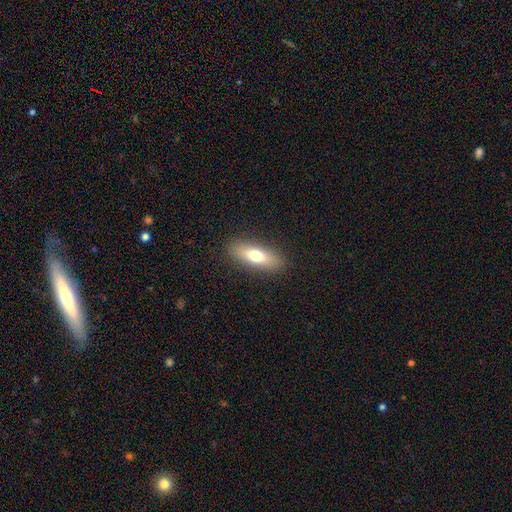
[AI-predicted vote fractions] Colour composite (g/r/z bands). It shows a smooth galaxy with no disk features (71%) that is in between round and cigar-shaped (54%). Merging: none (88%).